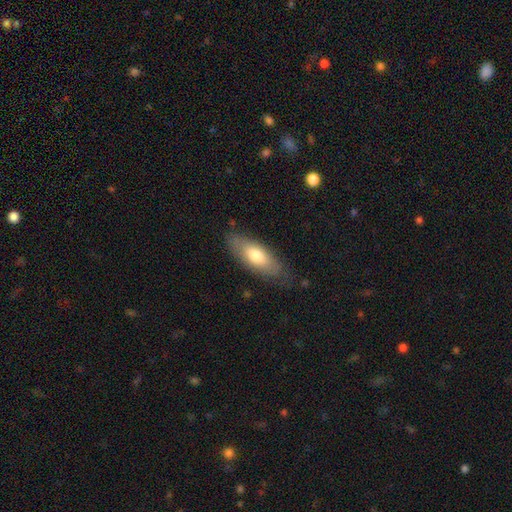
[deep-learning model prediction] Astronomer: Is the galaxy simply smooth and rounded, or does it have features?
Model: smooth — 70%.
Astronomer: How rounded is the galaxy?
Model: in between — 77%.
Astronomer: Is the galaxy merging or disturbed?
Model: none — 77%.